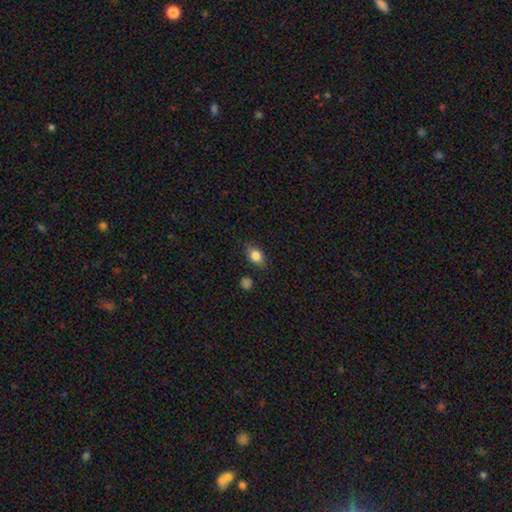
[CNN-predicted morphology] A smooth galaxy with no disk features (83%) that is in between round and cigar-shaped (68%).

Vote fractions:
- Smooth or featured? smooth: 83% / star or artifact: 9% / featured or disk: 8%
- How rounded? in between: 68% / round: 30% / cigar-shaped: 2%
- Merging? none: 79% / minor disturbance: 16% / major disturbance: 3% / merger: 2%